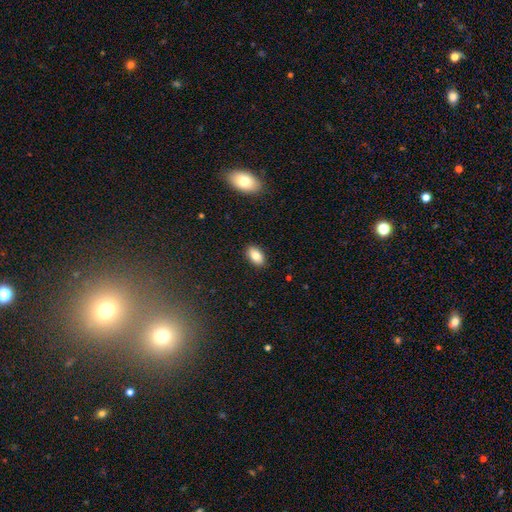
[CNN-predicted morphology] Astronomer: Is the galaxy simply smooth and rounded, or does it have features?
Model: smooth — 83%.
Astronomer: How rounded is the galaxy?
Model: in between — 92%.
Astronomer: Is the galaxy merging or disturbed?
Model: none — 89%.